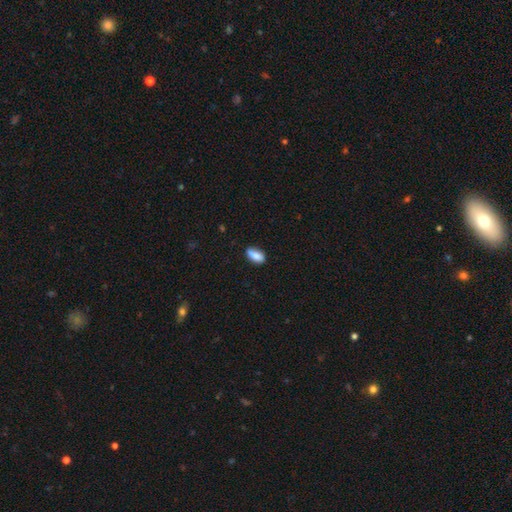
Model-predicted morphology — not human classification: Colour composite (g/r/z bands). It shows a smooth galaxy with no disk features (84%) that is in between round and cigar-shaped (84%). Merging: none (71%).